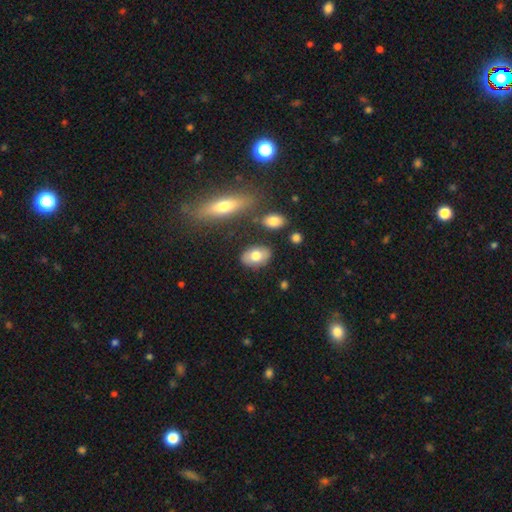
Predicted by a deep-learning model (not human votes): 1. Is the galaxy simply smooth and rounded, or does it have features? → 72% smooth, 21% featured or disk, 7% star or artifact.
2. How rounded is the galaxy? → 85% in between, 12% round, 2% cigar-shaped.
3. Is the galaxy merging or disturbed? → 81% none, 12% minor disturbance, 4% merger, 3% major disturbance.